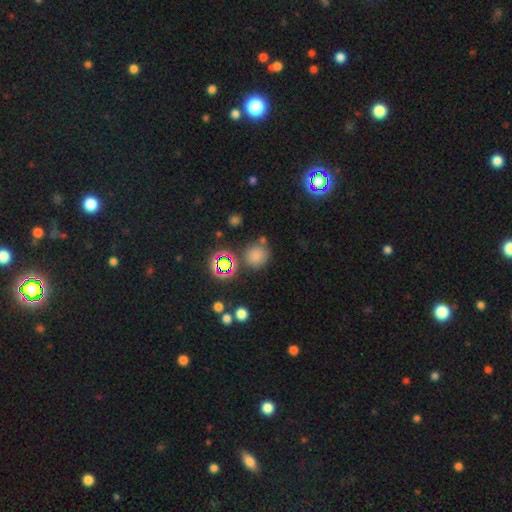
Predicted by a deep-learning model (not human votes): Q: Smooth or featured?
A: smooth (72%); runner-up: star or artifact (21%)
Q: How rounded?
A: round (86%); runner-up: in between (13%)
Q: Merging?
A: none (71%); runner-up: minor disturbance (14%)